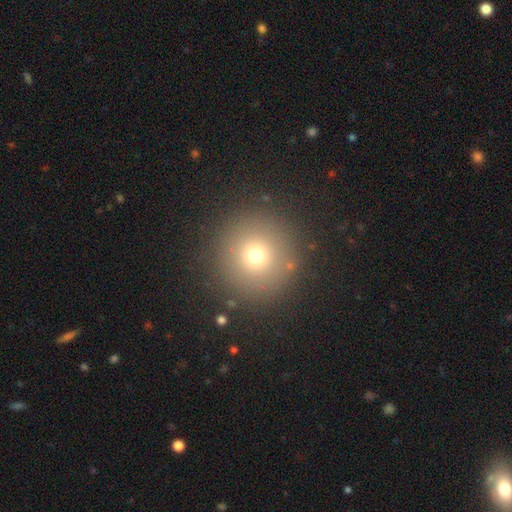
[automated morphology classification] Smooth or featured? smooth (70%)
How rounded? round (96%)
Merging? none (88%)